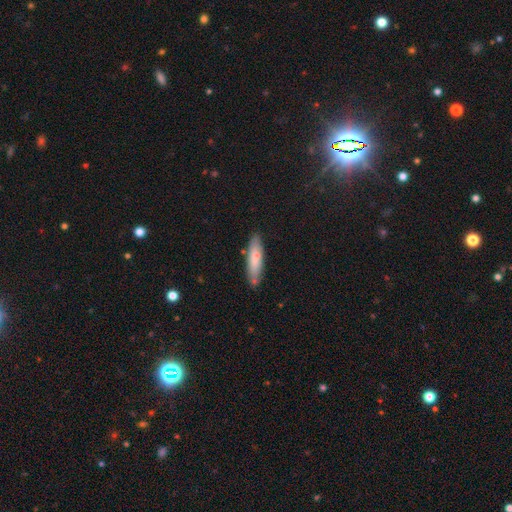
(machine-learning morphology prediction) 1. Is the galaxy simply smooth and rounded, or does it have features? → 70% smooth, 23% featured or disk, 7% star or artifact.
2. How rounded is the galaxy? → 76% cigar-shaped, 23% in between, 1% round.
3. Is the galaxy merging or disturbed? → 81% none, 14% minor disturbance, 3% merger, 2% major disturbance.